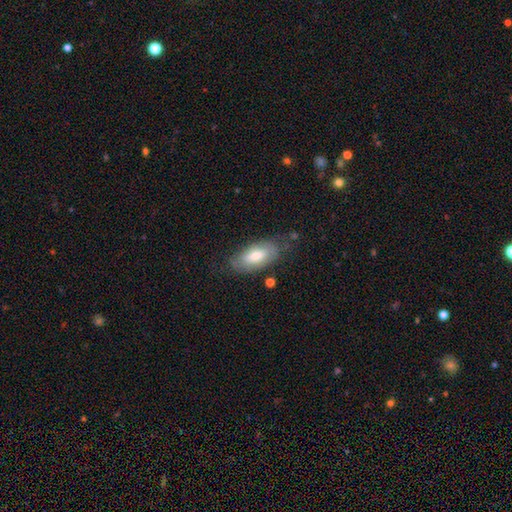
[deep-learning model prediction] A smooth galaxy with no disk features (68%) that is in between round and cigar-shaped (88%).

Vote fractions:
- Smooth or featured? smooth: 68% / featured or disk: 26% / star or artifact: 6%
- How rounded? in between: 88% / cigar-shaped: 10% / round: 2%
- Merging? none: 71% / minor disturbance: 21% / major disturbance: 6% / merger: 2%